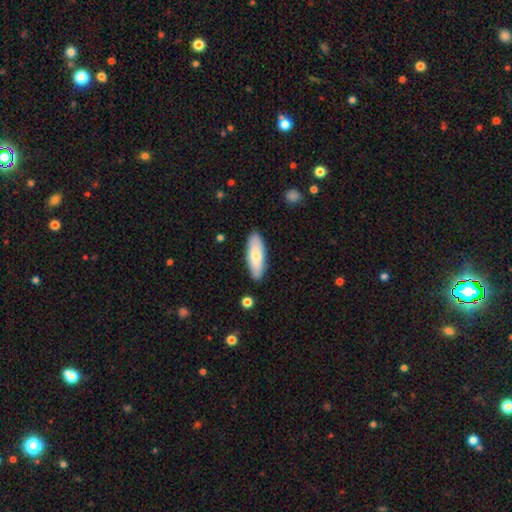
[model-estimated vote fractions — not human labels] Morphology: type=smooth (74%); roundness=in between (60%); merging=none (87%).